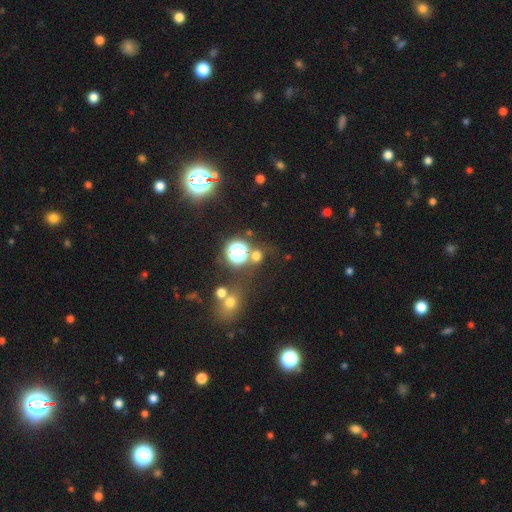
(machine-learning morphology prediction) smooth 53%, star or artifact 39%, featured or disk 8%. Down the decision tree: how rounded — round (84%); merging — none (68%).